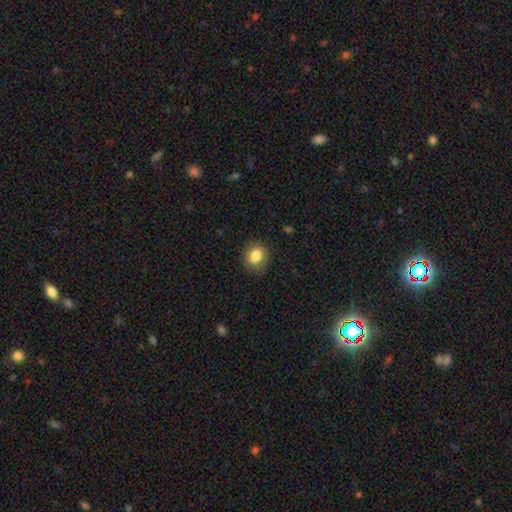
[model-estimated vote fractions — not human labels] smooth-or-featured: smooth: 83% | star or artifact: 9% | featured or disk: 7%
  how-rounded: round: 67% | in between: 32% | cigar-shaped: 1%
  merging: none: 84% | minor disturbance: 11% | major disturbance: 3% | merger: 1%